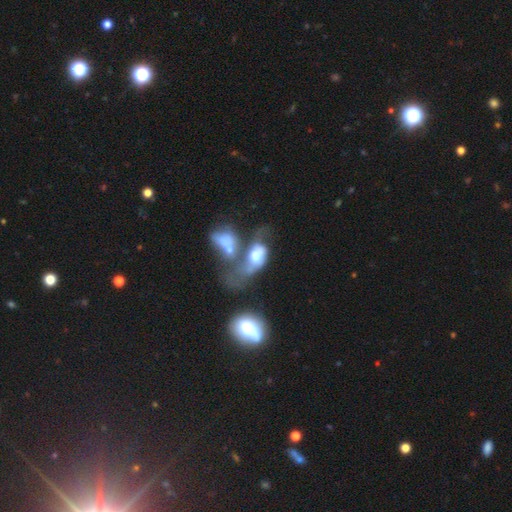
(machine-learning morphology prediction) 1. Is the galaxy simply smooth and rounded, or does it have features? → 47% featured or disk, 43% smooth, 10% star or artifact.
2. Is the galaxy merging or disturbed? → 52% merger, 29% major disturbance, 10% none, 8% minor disturbance.